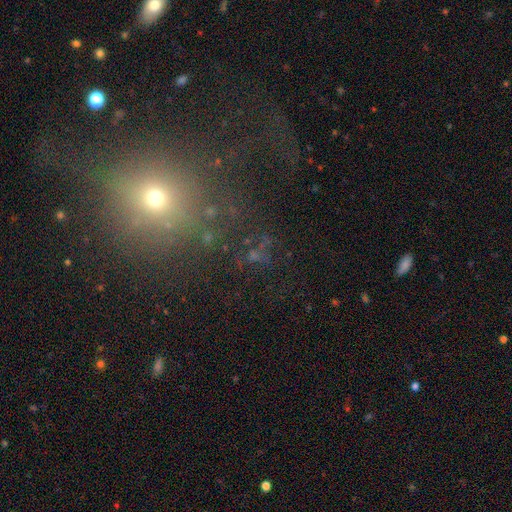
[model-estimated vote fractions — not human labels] The model was most divided on "smooth or featured": star or artifact: 48%, smooth: 34%, featured or disk: 18%.